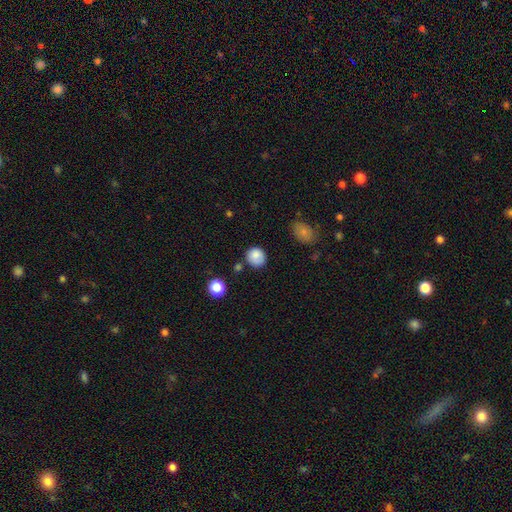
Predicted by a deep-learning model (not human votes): A smooth galaxy with no disk features (84%) that is round (84%).

Vote fractions:
- Smooth or featured? smooth: 84% / star or artifact: 9% / featured or disk: 7%
- How rounded? round: 84% / in between: 15% / cigar-shaped: 1%
- Merging? none: 75% / minor disturbance: 16% / merger: 4% / major disturbance: 4%